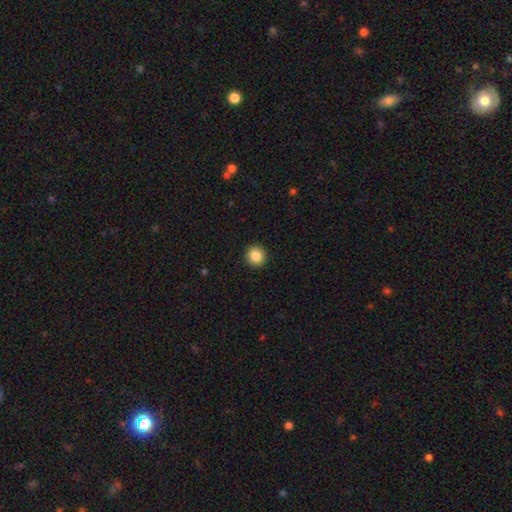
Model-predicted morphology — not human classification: A smooth galaxy with no disk features (86%) that is round (92%). Merging: none (93%).